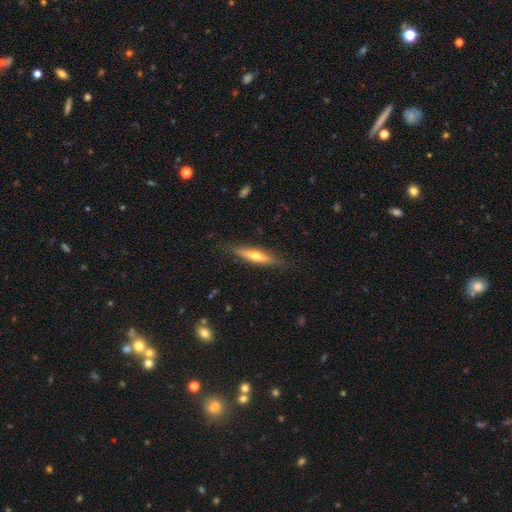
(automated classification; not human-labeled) Q: Smooth or featured?
A: featured or disk (50%); runner-up: smooth (44%)
Q: Edge-on disk?
A: yes (91%); runner-up: no (9%)
Q: Merging?
A: none (85%); runner-up: minor disturbance (12%)